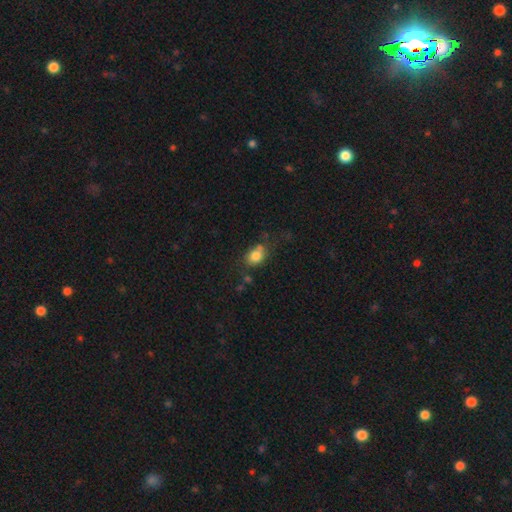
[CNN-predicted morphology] Smooth or featured: smooth — 81% (star or artifact — 10%)
How rounded: in between — 63% (round — 35%)
Merging: none — 56% (minor disturbance — 22%)